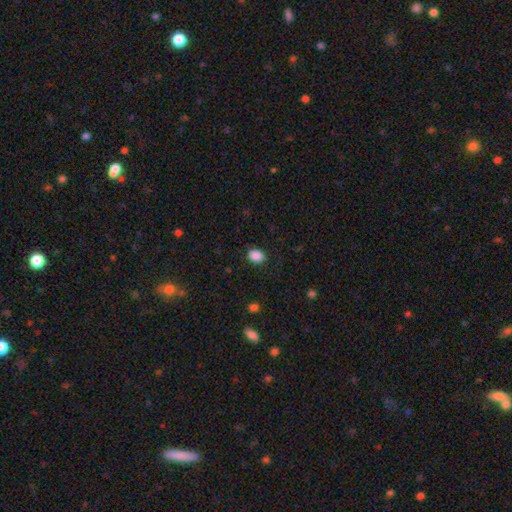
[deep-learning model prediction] This appears to be a smooth galaxy with no disk features (88%) that is in between round and cigar-shaped (61%). Merging: none (86%).